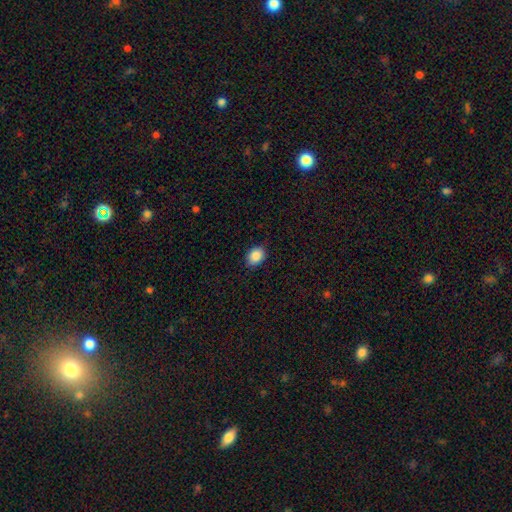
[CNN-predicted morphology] type=smooth (88%); roundness=in between (63%); merging=none (85%).